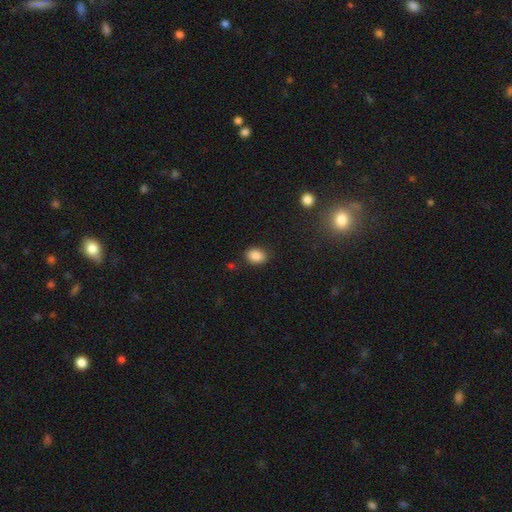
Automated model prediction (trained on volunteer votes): This is clearly a smooth galaxy (87%). How rounded: likely in between (72%). Merging: clearly none (83%).